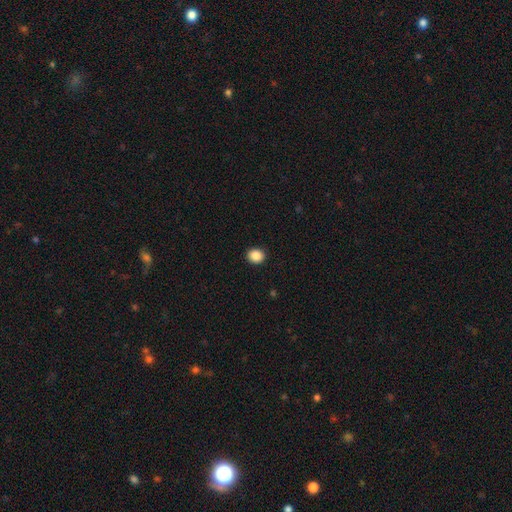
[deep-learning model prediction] This appears to be a smooth galaxy with no disk features (88%) that is round (78%). Merging: none (92%).